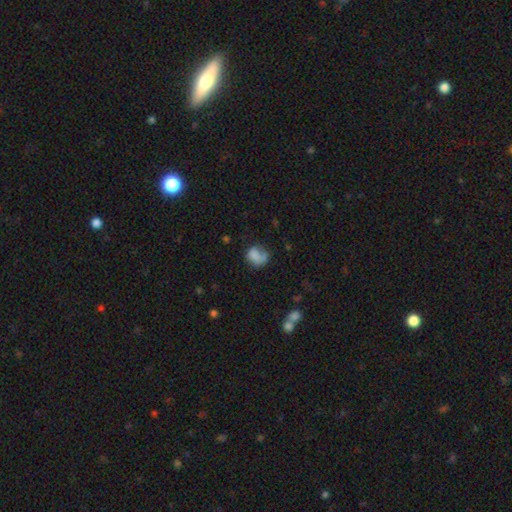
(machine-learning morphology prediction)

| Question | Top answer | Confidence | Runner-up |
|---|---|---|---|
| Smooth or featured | smooth | 71% | featured or disk (19%) |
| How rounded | in between | 50% | round (49%) |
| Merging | none | 39% | major disturbance (27%) |